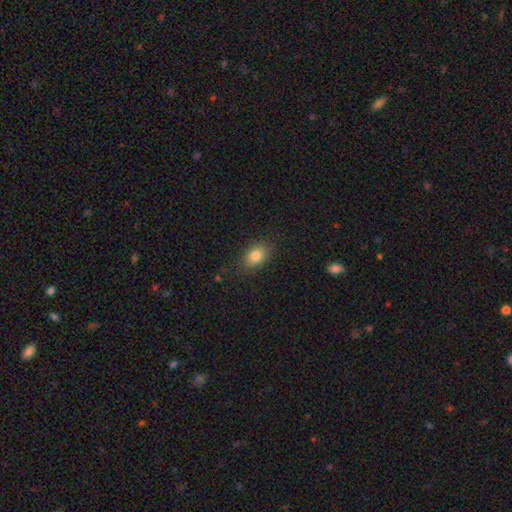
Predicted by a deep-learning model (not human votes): This is clearly a smooth galaxy (82%). How rounded: clearly in between (85%). Merging: clearly none (82%).